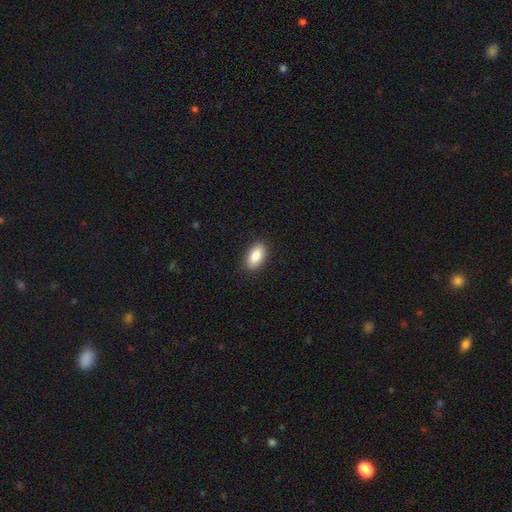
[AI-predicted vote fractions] Morphology: type=smooth (88%); roundness=in between (93%); merging=none (88%).